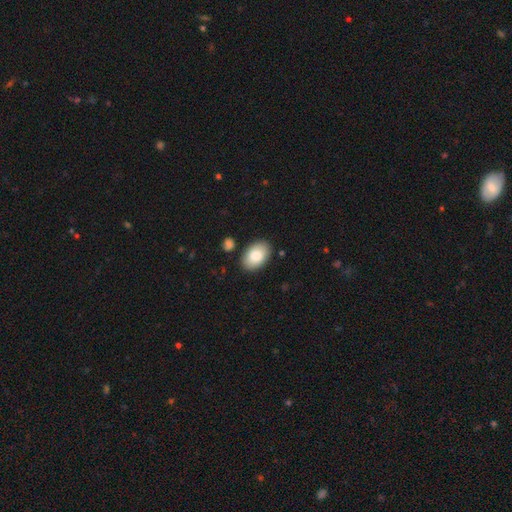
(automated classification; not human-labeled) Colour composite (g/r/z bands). It shows a smooth galaxy with no disk features (85%) that is in between round and cigar-shaped (91%). Merging: none (85%).